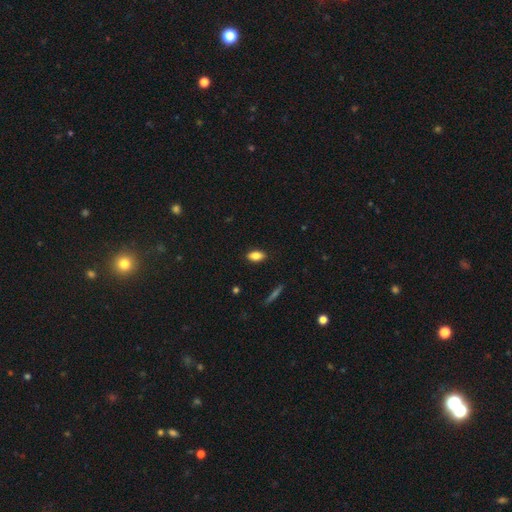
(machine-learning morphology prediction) Q: Smooth or featured?
A: smooth (84%); runner-up: star or artifact (8%)
Q: How rounded?
A: in between (88%); runner-up: round (6%)
Q: Merging?
A: none (87%); runner-up: minor disturbance (10%)